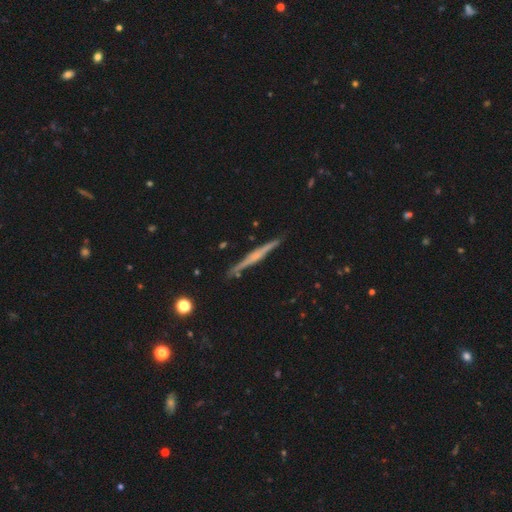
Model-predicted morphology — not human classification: A featured or disk galaxy (69%) viewed edge-on (98%) with no central bulge (45%).

Vote fractions:
- Smooth or featured? featured or disk: 69% / smooth: 25% / star or artifact: 6%
- Edge-on disk? yes: 98% / no: 2%
- Edge-on bulge? none: 45% / rounded: 42% / boxy: 13%
- Merging? none: 89% / minor disturbance: 8% / merger: 2% / major disturbance: 2%